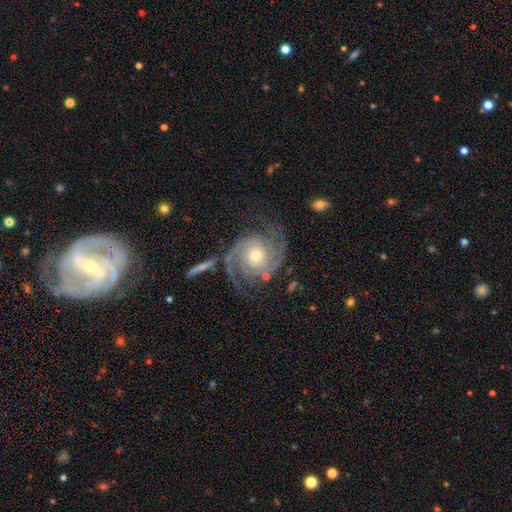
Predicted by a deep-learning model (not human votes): Smooth or featured? Predicted: featured or disk (p=0.92). Edge-on disk? Predicted: no (p=0.98). Bar? Predicted: no (p=0.73). Spiral arms? Predicted: yes (p=0.98). Spiral winding? Predicted: tight (p=0.50). Spiral arm count? Predicted: 2 (p=0.82). Bulge size? Predicted: moderate (p=0.52). Merging? Predicted: none (p=0.75).